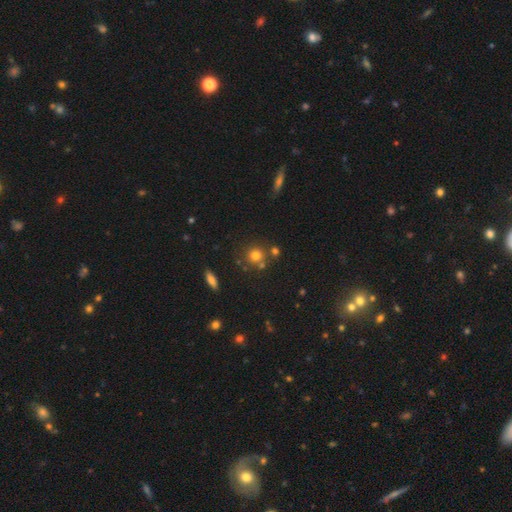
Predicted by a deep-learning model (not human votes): Smooth or featured? smooth (73%)
How rounded? round (89%)
Merging? none (68%)